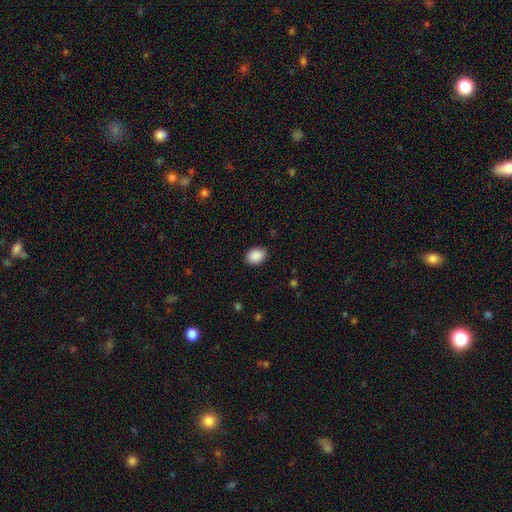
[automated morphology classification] Smooth or featured? Predicted: smooth (p=0.90). How rounded? Predicted: in between (p=0.70). Merging? Predicted: none (p=0.88).